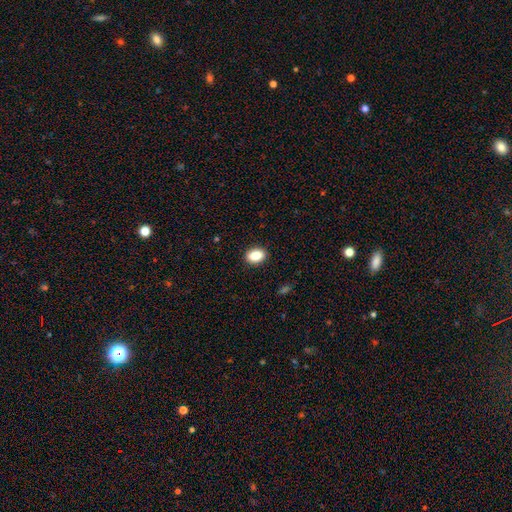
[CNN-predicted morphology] Smooth or featured?
  - smooth: 85% *
  - star or artifact: 8%
  - featured or disk: 7%
How rounded?
  - in between: 76% *
  - round: 22%
  - cigar-shaped: 2%
Merging?
  - none: 90% *
  - minor disturbance: 7%
  - major disturbance: 2%
  - merger: 1%